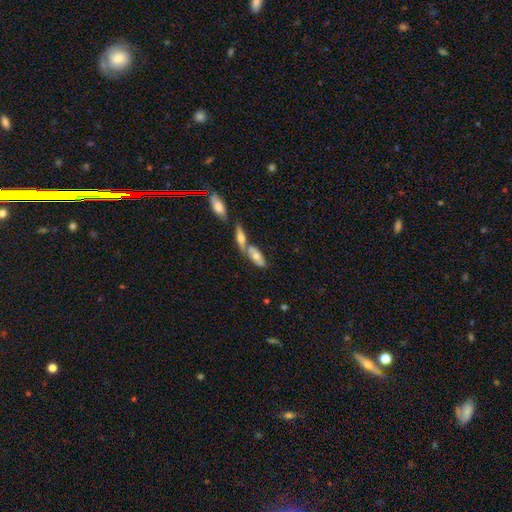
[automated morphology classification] This is possibly a smooth galaxy (52%). How rounded: likely in between (75%). Merging: possibly merger (52%).